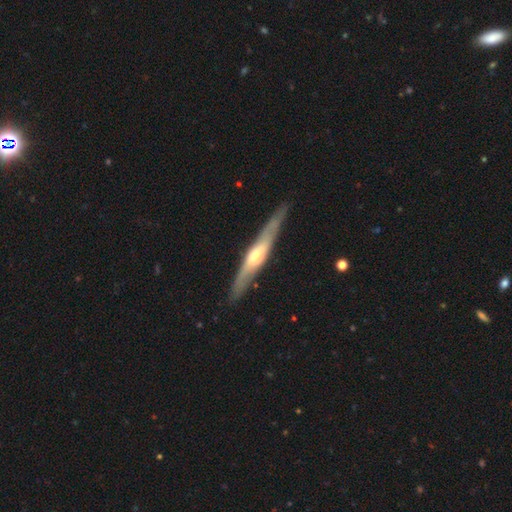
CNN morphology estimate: Overall: featured or disk (67%; smooth 28%). Edge-on disk: yes (91%). Edge-on bulge: rounded (79%). Merging: none (86%).